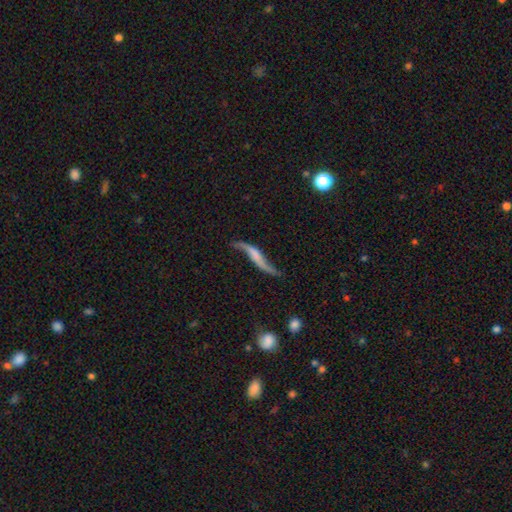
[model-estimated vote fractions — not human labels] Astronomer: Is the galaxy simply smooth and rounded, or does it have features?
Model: featured or disk — 79%.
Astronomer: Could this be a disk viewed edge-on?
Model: no — 76%.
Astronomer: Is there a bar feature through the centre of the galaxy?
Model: no — 52% (runner-up: weak, 31%).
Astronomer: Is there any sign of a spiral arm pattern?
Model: yes — 90%.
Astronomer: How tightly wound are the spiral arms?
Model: loose — 95%.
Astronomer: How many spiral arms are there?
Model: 2 — 92%.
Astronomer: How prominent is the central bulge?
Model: none — 57%.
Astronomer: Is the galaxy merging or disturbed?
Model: none — 62%.